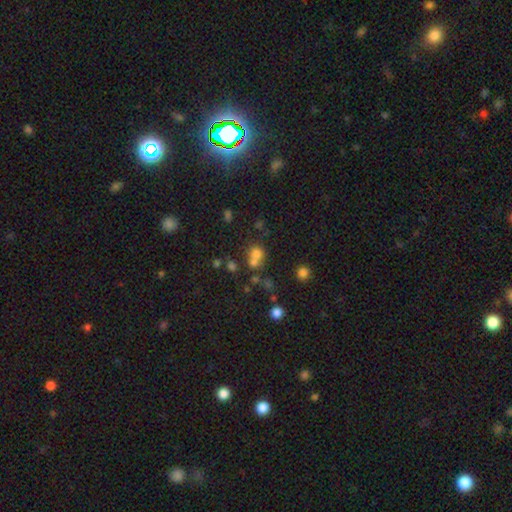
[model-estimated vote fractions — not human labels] Morphology: type=smooth (68%); roundness=round (74%); merging=merger (54%).